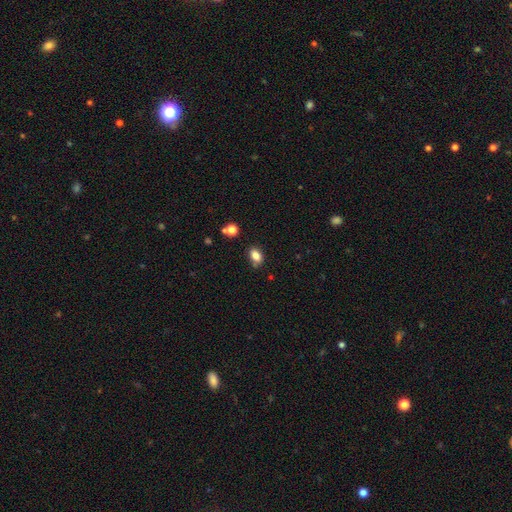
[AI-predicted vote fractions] Smooth or featured?
  - smooth: 84% *
  - star or artifact: 11%
  - featured or disk: 6%
How rounded?
  - in between: 80% *
  - round: 18%
  - cigar-shaped: 2%
Merging?
  - none: 74% *
  - minor disturbance: 17%
  - merger: 6%
  - major disturbance: 4%